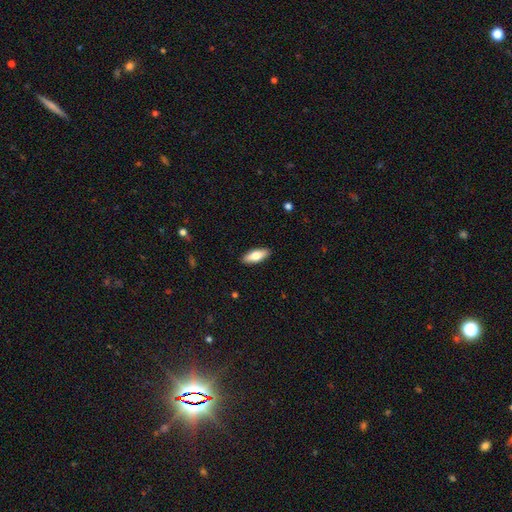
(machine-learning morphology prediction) Smooth or featured? Predicted: smooth (p=0.73). How rounded? Predicted: in between (p=0.69). Merging? Predicted: none (p=0.90).